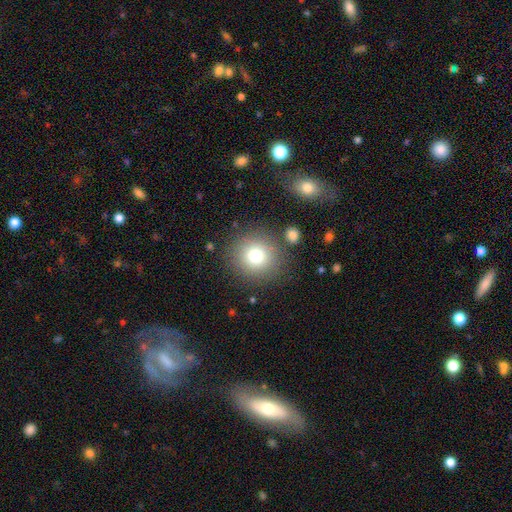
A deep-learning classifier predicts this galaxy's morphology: The model was most divided on "smooth or featured": smooth: 78%, star or artifact: 12%, featured or disk: 10%. More confident: how rounded — round (91%); merging — none (84%).